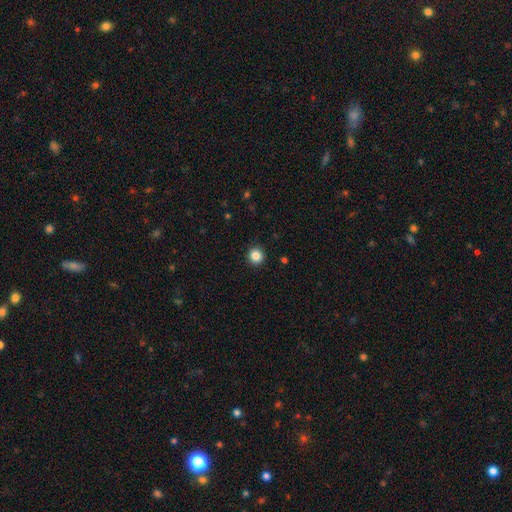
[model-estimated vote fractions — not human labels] A smooth galaxy with no disk features (85%) that is round (94%).

Vote fractions:
- Smooth or featured? smooth: 85% / star or artifact: 11% / featured or disk: 4%
- How rounded? round: 94% / in between: 5% / cigar-shaped: 1%
- Merging? none: 93% / minor disturbance: 5% / major disturbance: 2% / merger: 1%